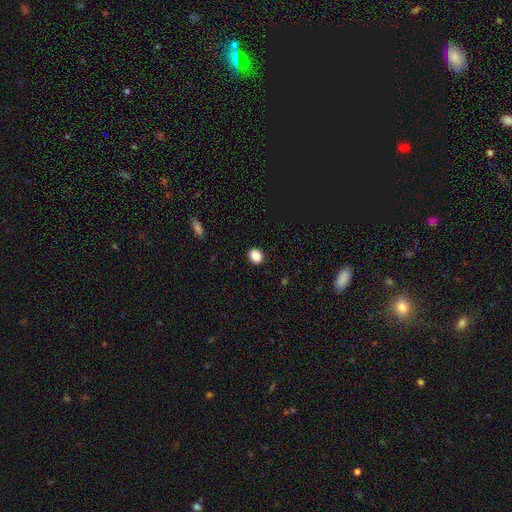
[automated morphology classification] smooth 86%, star or artifact 10%, featured or disk 4%. Down the decision tree: how rounded — round (64%); merging — none (91%).